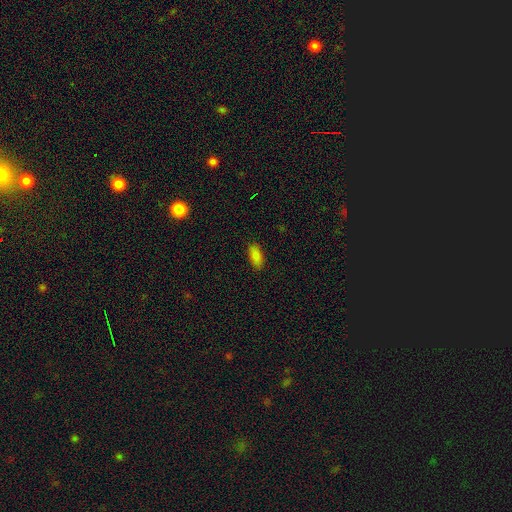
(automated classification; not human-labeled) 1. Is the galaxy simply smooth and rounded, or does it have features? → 85% smooth, 9% star or artifact, 6% featured or disk.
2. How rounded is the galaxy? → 87% in between, 10% cigar-shaped, 3% round.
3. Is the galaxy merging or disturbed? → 87% none, 10% minor disturbance, 2% major disturbance, 1% merger.